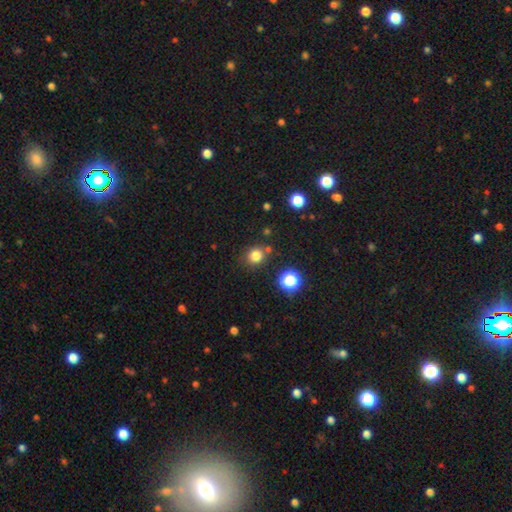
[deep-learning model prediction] Overall: smooth (79%). How rounded: round (86%). Merging: none (78%).